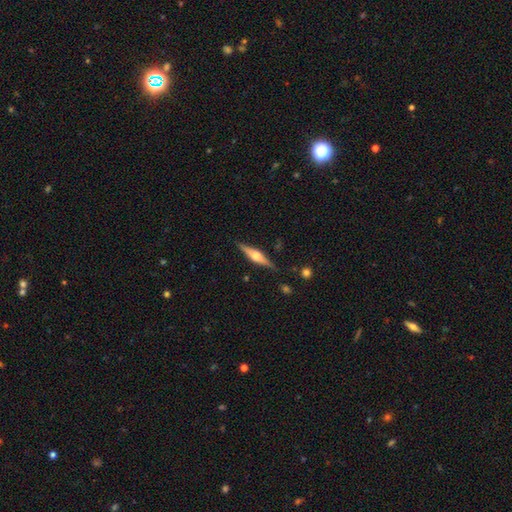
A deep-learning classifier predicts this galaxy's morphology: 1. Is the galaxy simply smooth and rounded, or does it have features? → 72% featured or disk, 22% smooth, 6% star or artifact.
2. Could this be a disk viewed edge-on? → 97% yes, 3% no.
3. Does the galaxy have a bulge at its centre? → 92% rounded, 6% boxy, 2% none.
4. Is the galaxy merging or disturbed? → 87% none, 9% minor disturbance, 2% major disturbance, 2% merger.